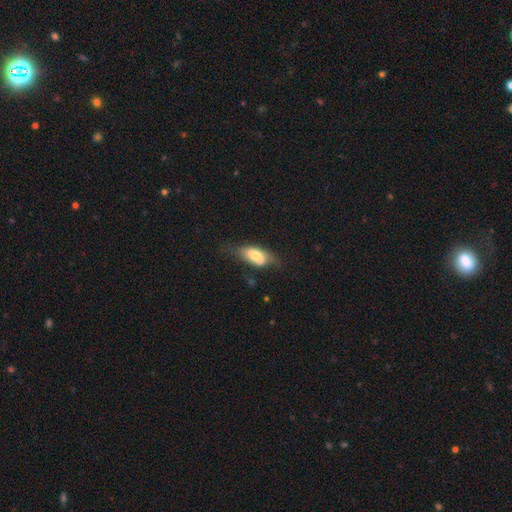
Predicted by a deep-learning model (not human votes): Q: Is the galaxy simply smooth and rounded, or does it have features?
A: smooth — 60%.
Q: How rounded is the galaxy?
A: in between — 84%.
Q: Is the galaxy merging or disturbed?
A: none — 50%.